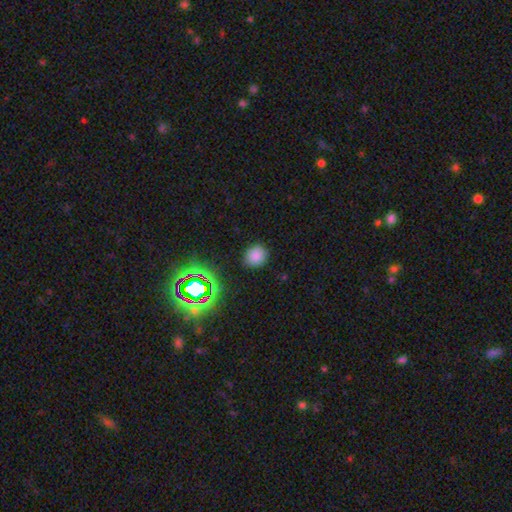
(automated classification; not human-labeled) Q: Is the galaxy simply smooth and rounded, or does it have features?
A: smooth — 78%.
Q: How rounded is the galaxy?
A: round — 68%.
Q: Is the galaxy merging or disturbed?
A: none — 85%.